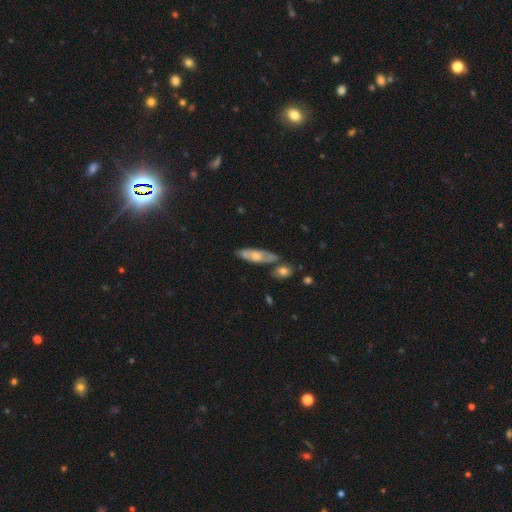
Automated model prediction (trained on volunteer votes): Q: Smooth or featured?
A: featured or disk (56%); runner-up: smooth (36%)
Q: Edge-on disk?
A: no (62%); runner-up: yes (38%)
Q: Merging?
A: none (69%); runner-up: minor disturbance (15%)